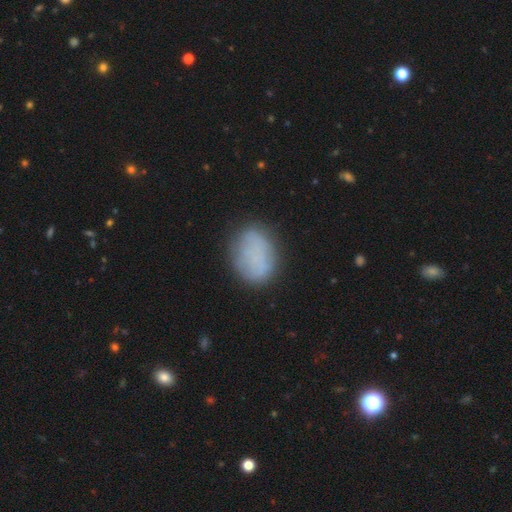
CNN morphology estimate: Smooth or featured? smooth (73%)
How rounded? in between (69%)
Merging? none (73%)